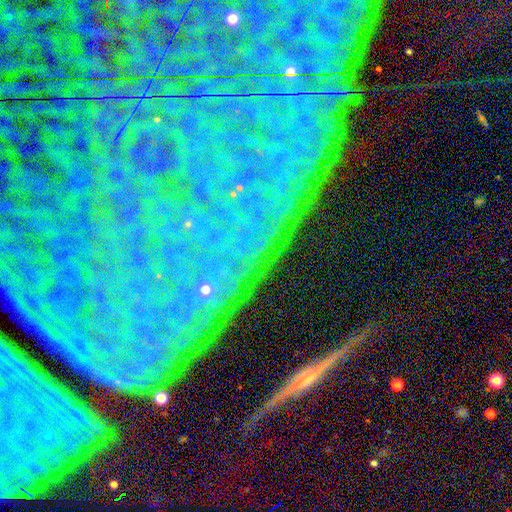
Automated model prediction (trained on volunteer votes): The model was most divided on "smooth or featured": star or artifact: 68%, featured or disk: 22%, smooth: 10%.